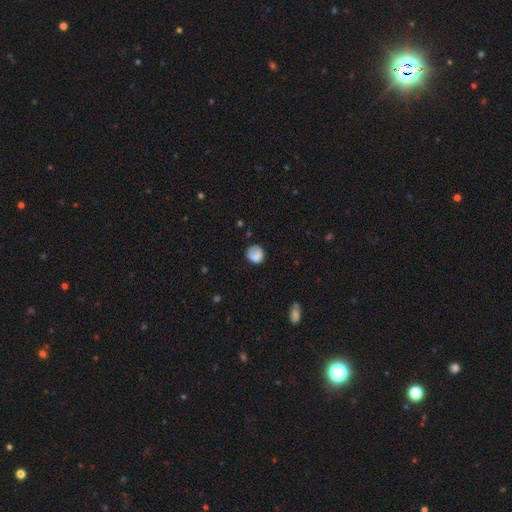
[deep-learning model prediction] Smooth or featured? Predicted: smooth (p=0.79). How rounded? Predicted: round (p=0.82). Merging? Predicted: none (p=0.63).